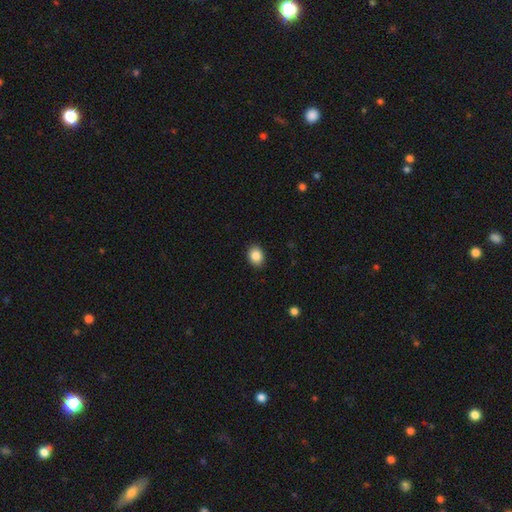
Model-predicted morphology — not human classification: type=smooth (87%); roundness=in between (54%); merging=none (90%).